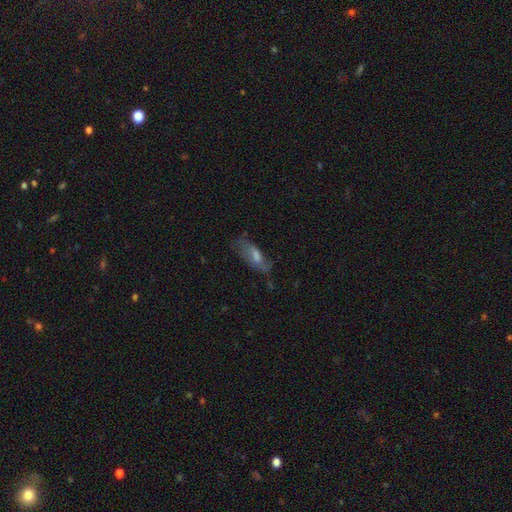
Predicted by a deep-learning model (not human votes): A featured or disk galaxy (44%, tied with smooth).

Vote fractions:
- Smooth or featured? featured or disk: 44% (tied) / smooth: 44% (tied) / star or artifact: 11%
- Merging? none: 56% / minor disturbance: 26% / major disturbance: 15% / merger: 3%